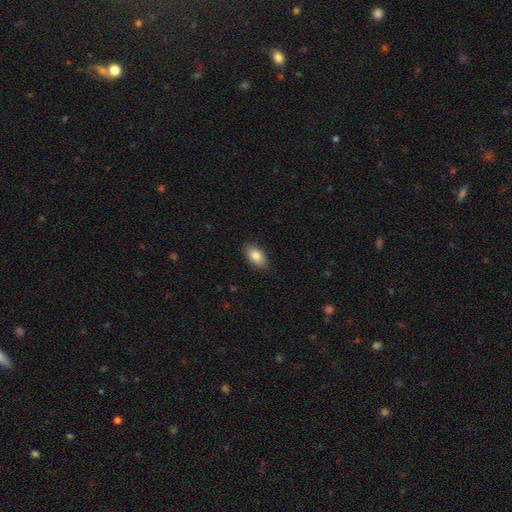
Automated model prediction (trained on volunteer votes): smooth-or-featured: smooth: 85% | featured or disk: 8% | star or artifact: 7%
  how-rounded: in between: 92% | round: 6% | cigar-shaped: 2%
  merging: none: 87% | minor disturbance: 10% | major disturbance: 2% | merger: 1%